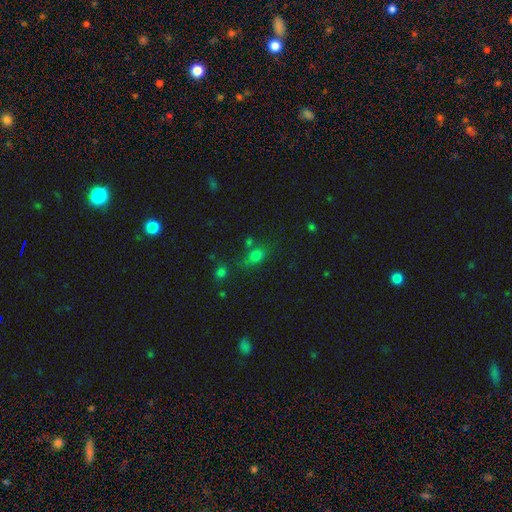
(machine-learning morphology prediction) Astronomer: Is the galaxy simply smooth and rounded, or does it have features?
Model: smooth — 72%.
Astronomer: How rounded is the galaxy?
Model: in between — 58% (runner-up: round, 37%).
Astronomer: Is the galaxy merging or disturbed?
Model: none — 57%.